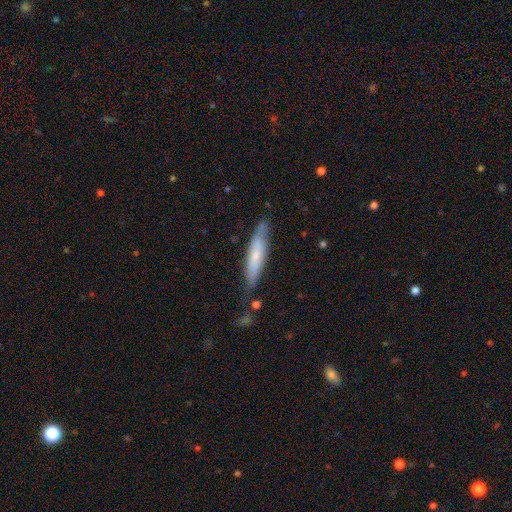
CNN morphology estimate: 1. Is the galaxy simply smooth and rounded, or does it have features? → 60% smooth, 34% featured or disk, 6% star or artifact.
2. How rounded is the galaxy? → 83% cigar-shaped, 16% in between, 1% round.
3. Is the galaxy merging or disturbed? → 73% none, 19% minor disturbance, 4% major disturbance, 3% merger.